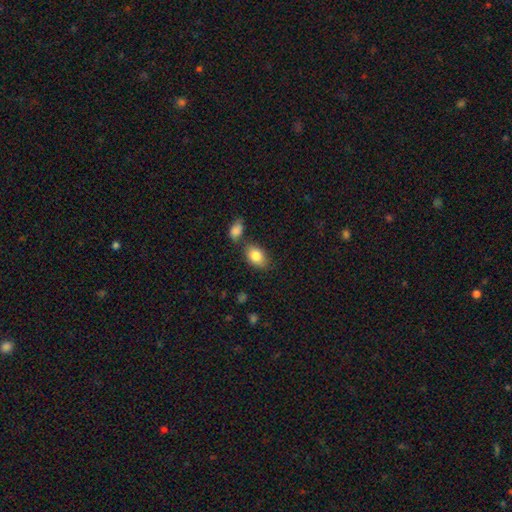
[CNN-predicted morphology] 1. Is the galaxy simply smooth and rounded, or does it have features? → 84% smooth, 9% featured or disk, 7% star or artifact.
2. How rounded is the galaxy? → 86% in between, 13% round, 1% cigar-shaped.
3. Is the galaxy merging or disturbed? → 69% none, 14% minor disturbance, 13% merger, 4% major disturbance.